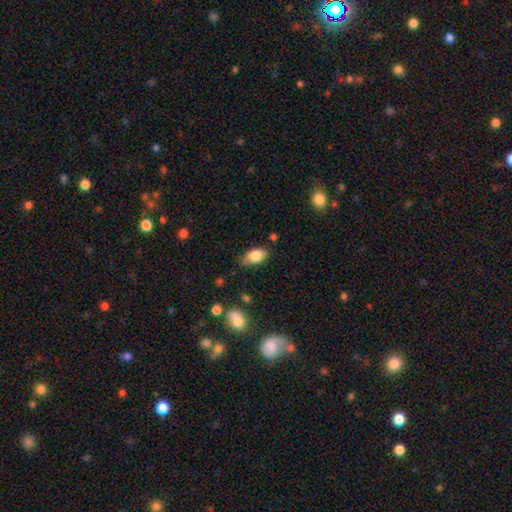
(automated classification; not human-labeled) This is clearly a smooth galaxy (82%). How rounded: clearly in between (89%). Merging: likely none (68%).